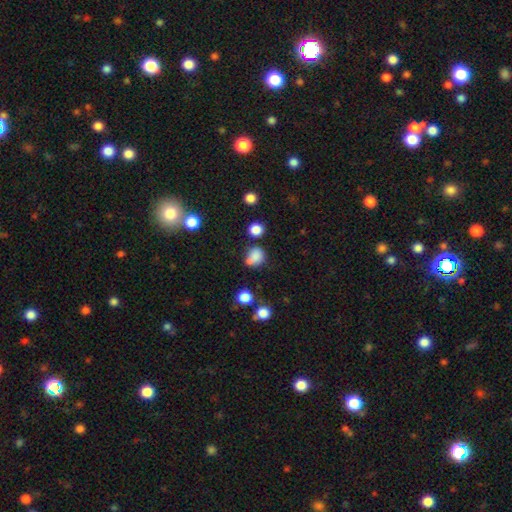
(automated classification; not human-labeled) A smooth galaxy with no disk features (78%) that is round (72%).

Vote fractions:
- Smooth or featured? smooth: 78% / star or artifact: 14% / featured or disk: 8%
- How rounded? round: 72% / in between: 27% / cigar-shaped: 1%
- Merging? none: 51% / merger: 25% / minor disturbance: 17% / major disturbance: 7%